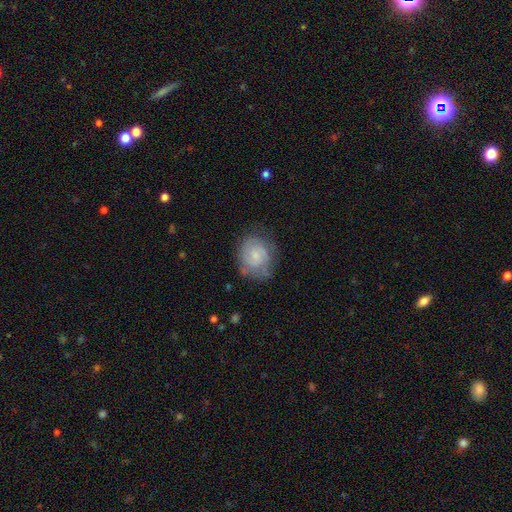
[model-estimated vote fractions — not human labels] A featured or disk galaxy (57%) with no bar (66%), spiral arms (86%) and a small central bulge (59%). Merging: none (68%).